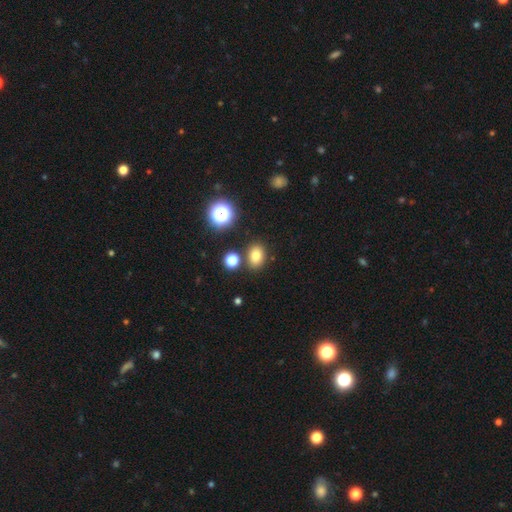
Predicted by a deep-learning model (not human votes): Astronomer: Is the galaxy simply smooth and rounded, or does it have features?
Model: smooth — 77%.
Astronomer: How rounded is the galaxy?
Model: in between — 65%.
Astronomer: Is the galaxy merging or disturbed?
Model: none — 81%.